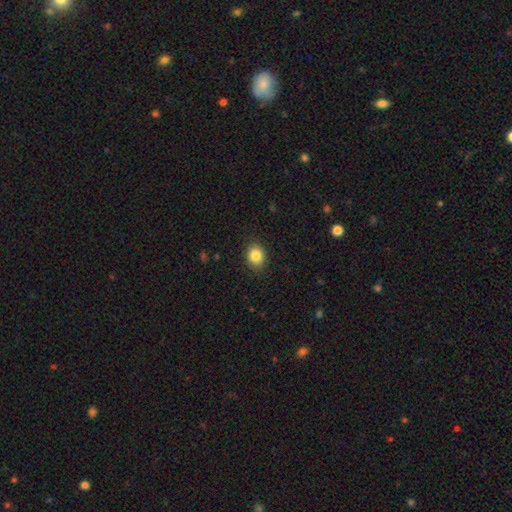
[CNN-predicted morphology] Smooth or featured: smooth — 85% (star or artifact — 10%)
How rounded: round — 53% (in between — 46%)
Merging: none — 88% (minor disturbance — 9%)